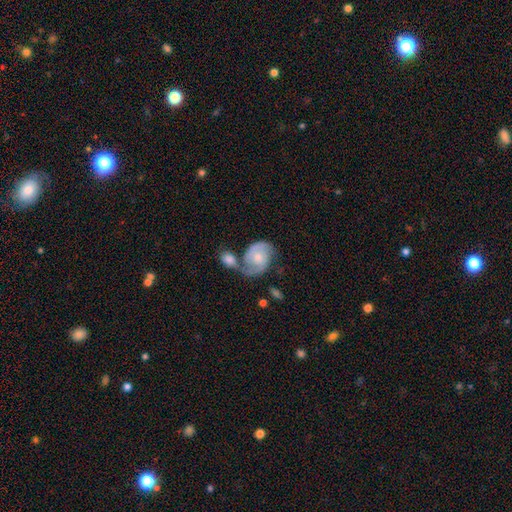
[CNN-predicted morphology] type=featured or disk (79%); edge-on=no (98%); bar=no (66%); spiral arms=yes (94%); winding=medium (48%); arm count=2 (86%); bulge=moderate (48%); merging=merger (38%).